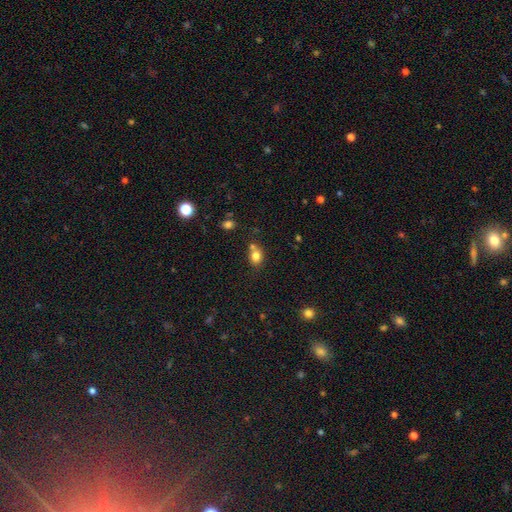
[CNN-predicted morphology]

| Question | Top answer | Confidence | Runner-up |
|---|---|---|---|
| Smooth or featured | smooth | 79% | star or artifact (12%) |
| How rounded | round | 50% | in between (49%) |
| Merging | none | 52% | merger (30%) |